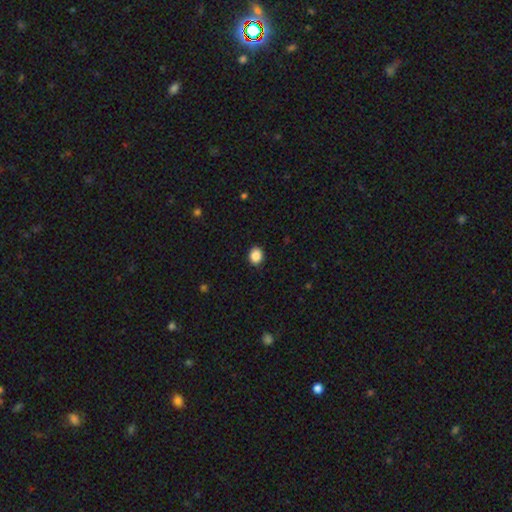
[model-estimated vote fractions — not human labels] Overall: smooth (88%). How rounded: round (67%; in between 33%). Merging: none (91%).